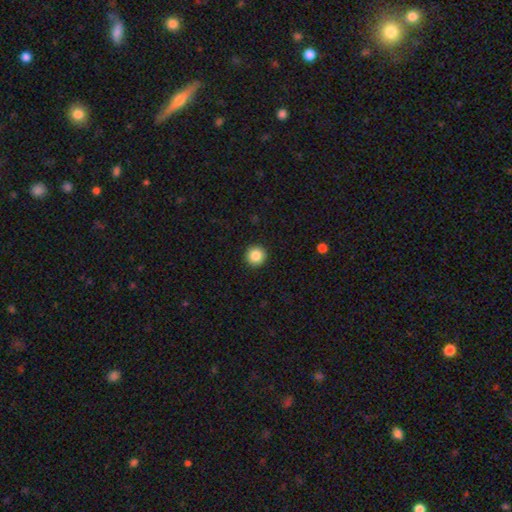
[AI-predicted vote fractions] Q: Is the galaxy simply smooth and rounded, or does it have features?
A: smooth — 86%.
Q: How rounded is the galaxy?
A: round — 96%.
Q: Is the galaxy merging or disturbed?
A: none — 93%.